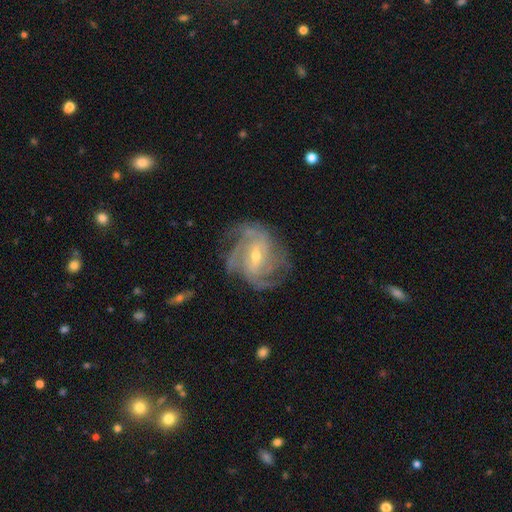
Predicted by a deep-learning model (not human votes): Smooth or featured? Predicted: featured or disk (p=0.89). Edge-on disk? Predicted: no (p=0.97). Bar? Predicted: weak (p=0.50). Spiral arms? Predicted: yes (p=0.97). Spiral winding? Predicted: tight (p=0.47). Spiral arm count? Predicted: 3 (p=0.27). Bulge size? Predicted: small (p=0.53). Merging? Predicted: none (p=0.69).